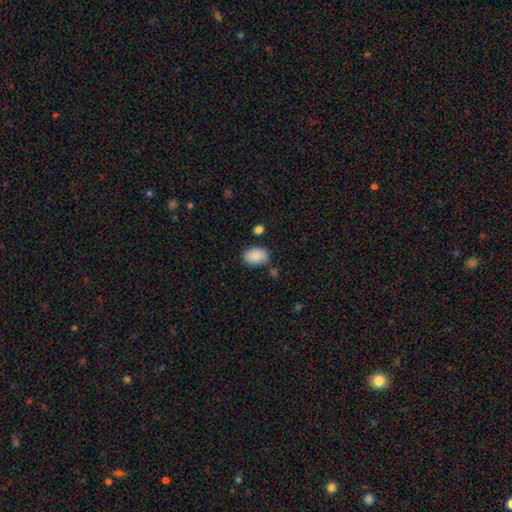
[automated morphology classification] The model was most divided on "merging": none: 73%, minor disturbance: 17%, merger: 6%, major disturbance: 4%. More confident: smooth or featured — smooth (89%); how rounded — in between (87%).